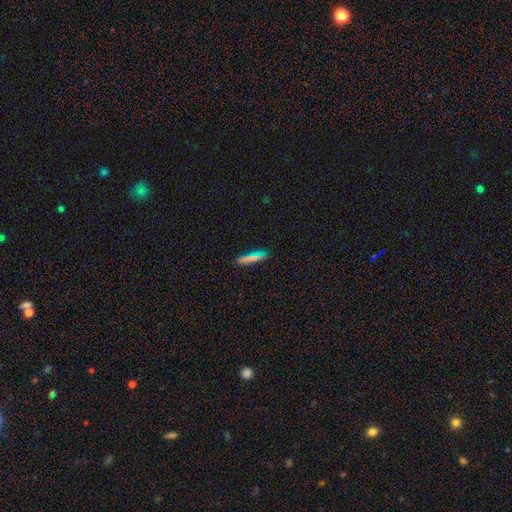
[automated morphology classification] Smooth or featured? smooth (67%)
How rounded? cigar-shaped (86%)
Merging? none (84%)